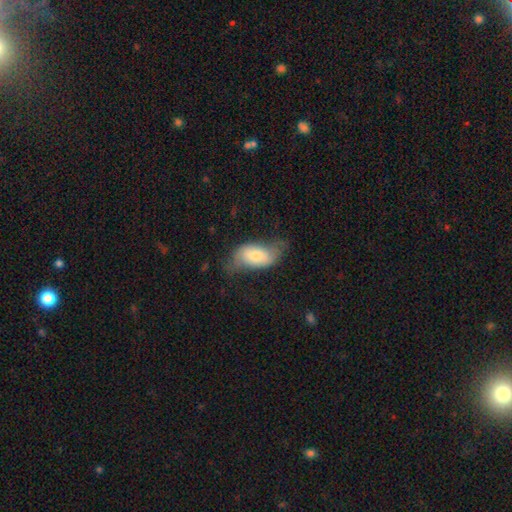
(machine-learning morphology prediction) This appears to be a smooth galaxy with no disk features (57%) that is in between round and cigar-shaped (91%). Merging: none (45%).